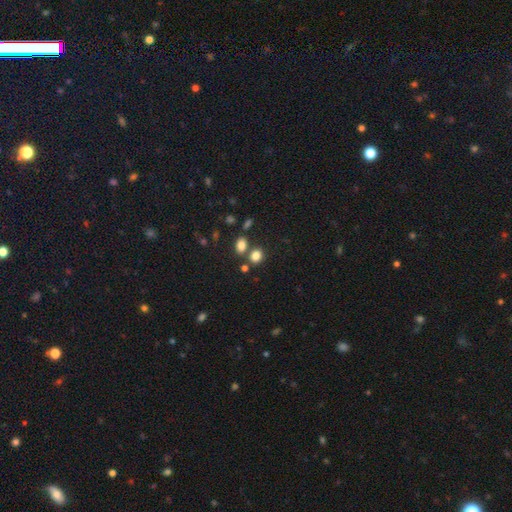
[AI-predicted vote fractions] Smooth or featured? Predicted: smooth (p=0.82). How rounded? Predicted: round (p=0.55). Merging? Predicted: none (p=0.64).